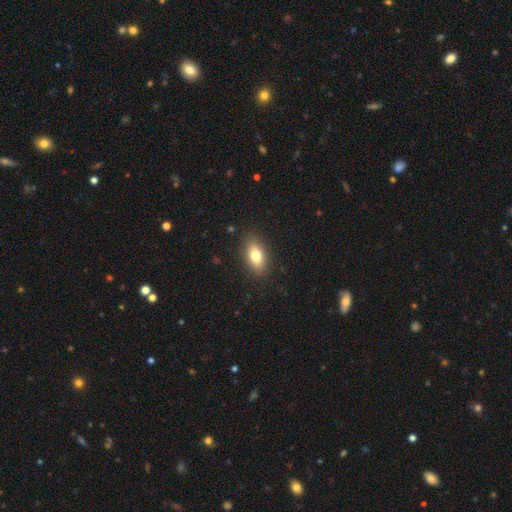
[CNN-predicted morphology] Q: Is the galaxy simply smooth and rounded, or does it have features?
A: smooth — 79%.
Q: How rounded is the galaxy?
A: in between — 87%.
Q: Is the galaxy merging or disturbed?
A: none — 86%.